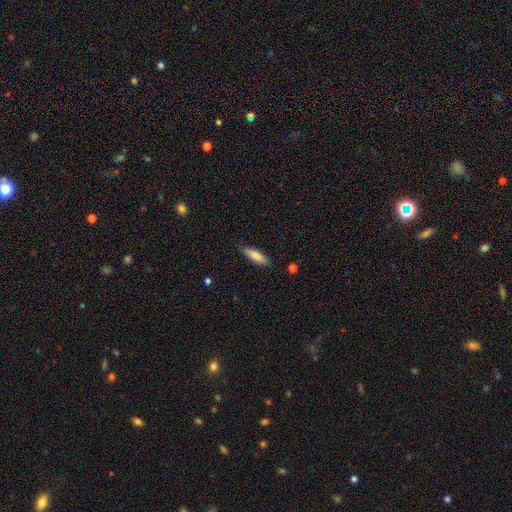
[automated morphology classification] Smooth or featured? Predicted: smooth (p=0.78). How rounded? Predicted: cigar-shaped (p=0.66). Merging? Predicted: none (p=0.85).